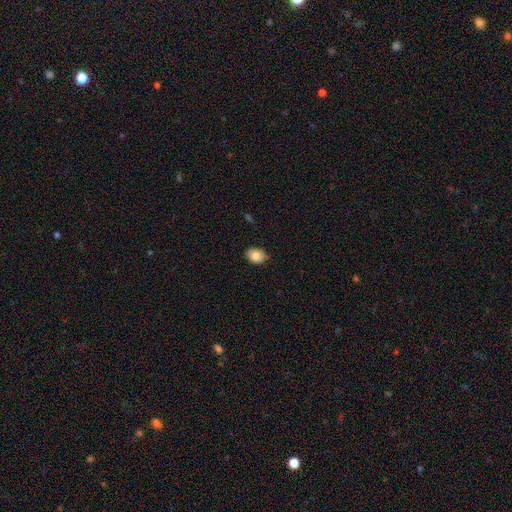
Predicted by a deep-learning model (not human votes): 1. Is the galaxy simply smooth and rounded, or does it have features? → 80% smooth, 12% featured or disk, 8% star or artifact.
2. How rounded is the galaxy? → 60% in between, 39% round, 1% cigar-shaped.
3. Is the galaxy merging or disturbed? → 84% none, 13% minor disturbance, 2% major disturbance, 1% merger.